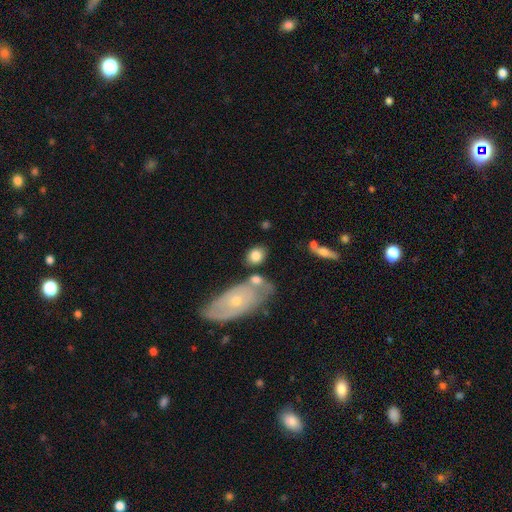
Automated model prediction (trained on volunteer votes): This is likely a smooth galaxy (75%). How rounded: likely in between (63%). Merging: likely none (61%).